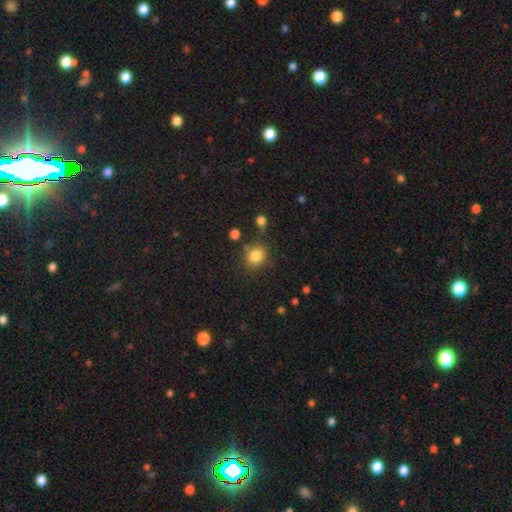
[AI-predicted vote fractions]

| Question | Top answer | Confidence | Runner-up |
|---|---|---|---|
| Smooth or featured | smooth | 83% | star or artifact (11%) |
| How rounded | round | 72% | in between (27%) |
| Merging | none | 73% | minor disturbance (14%) |